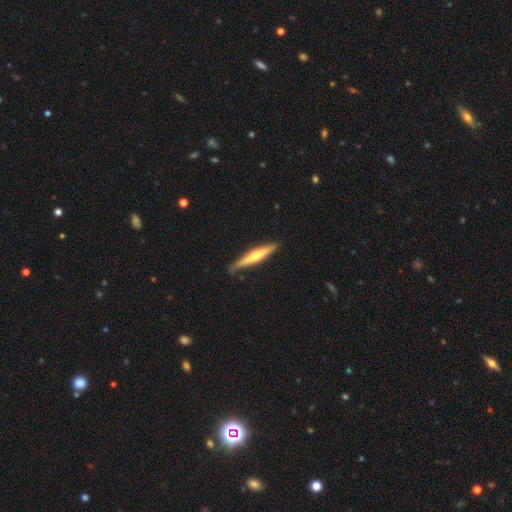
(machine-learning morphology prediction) type=featured or disk (56%); edge-on=yes (96%); edge-on bulge=rounded (83%); merging=none (81%).